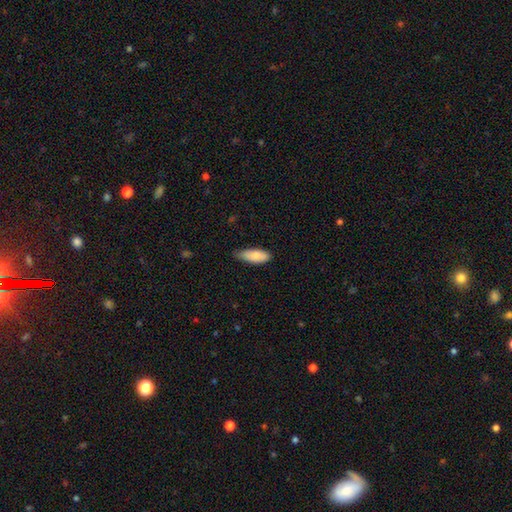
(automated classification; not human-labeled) Overall: smooth (82%). How rounded: in between (79%). Merging: none (60%; minor disturbance 35%).